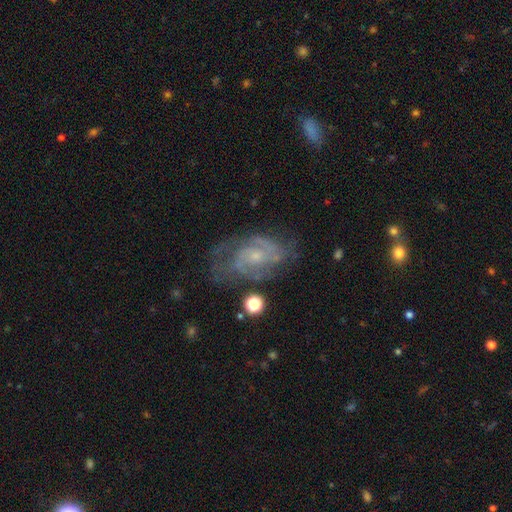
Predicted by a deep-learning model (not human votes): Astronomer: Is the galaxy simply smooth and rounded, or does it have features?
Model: featured or disk — 79%.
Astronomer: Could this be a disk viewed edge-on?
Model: no — 97%.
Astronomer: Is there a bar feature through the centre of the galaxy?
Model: no — 62%.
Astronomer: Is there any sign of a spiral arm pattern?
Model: yes — 90%.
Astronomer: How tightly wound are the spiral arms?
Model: medium — 45% (runner-up: tight, 41%).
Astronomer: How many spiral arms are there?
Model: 2 — 50% (runner-up: can't tell, 26%).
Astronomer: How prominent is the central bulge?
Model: small — 66%.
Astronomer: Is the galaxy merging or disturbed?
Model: none — 60%.